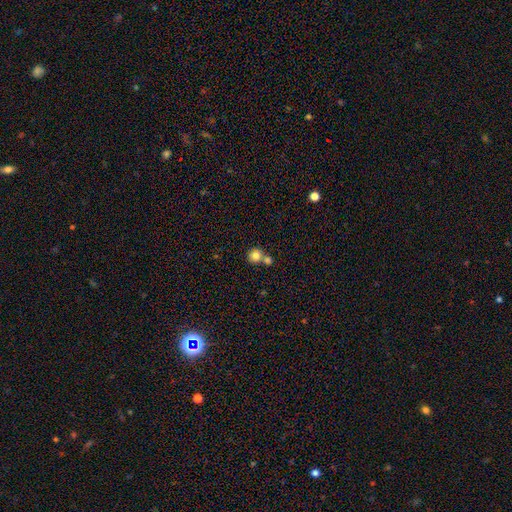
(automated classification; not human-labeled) The model was most divided on "merging": none: 54%, merger: 37%, minor disturbance: 7%, major disturbance: 2%. More confident: how rounded — round (90%); smooth or featured — smooth (82%).